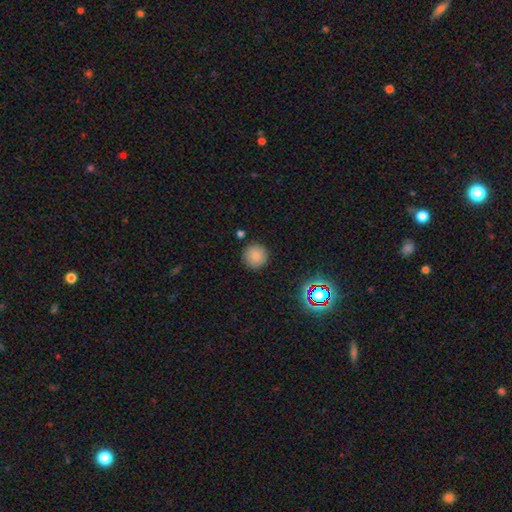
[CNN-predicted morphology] The model was most divided on "smooth or featured": smooth: 84%, star or artifact: 11%, featured or disk: 5%. More confident: how rounded — round (96%); merging — none (90%).